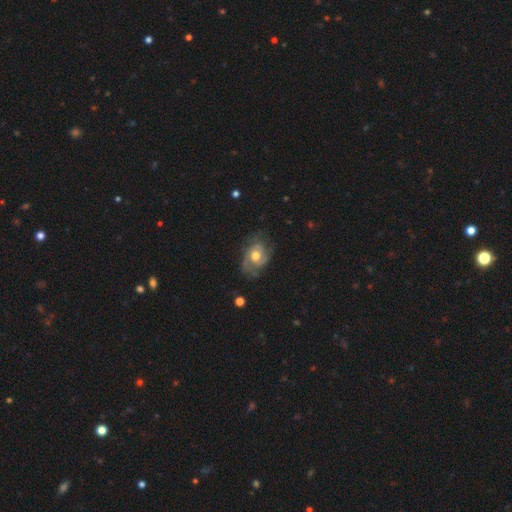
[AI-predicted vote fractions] Q: Smooth or featured?
A: featured or disk (78%); runner-up: smooth (16%)
Q: Edge-on disk?
A: no (96%); runner-up: yes (4%)
Q: Bar?
A: no (73%); runner-up: weak (23%)
Q: Spiral arms?
A: yes (89%); runner-up: no (11%)
Q: Spiral winding?
A: tight (47%); runner-up: medium (39%)
Q: Spiral arm count?
A: 2 (49%); runner-up: can't tell (22%)
Q: Bulge size?
A: moderate (73%); runner-up: large (14%)
Q: Merging?
A: none (62%); runner-up: minor disturbance (24%)